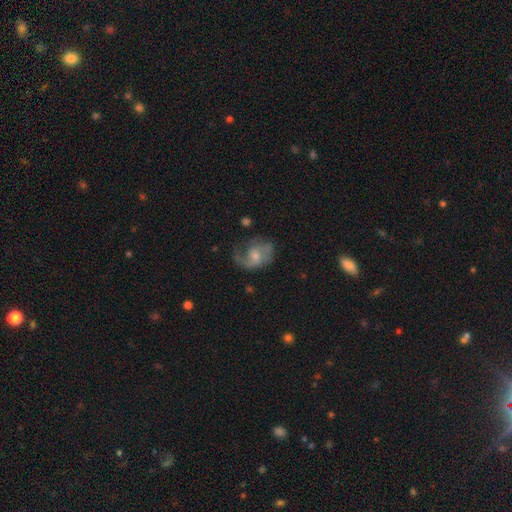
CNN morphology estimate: Smooth or featured? featured or disk (62%)
Edge-on disk? no (97%)
Bar? no (61%)
Spiral arms? yes (82%)
Bulge size? moderate (46%)
Merging? none (44%)